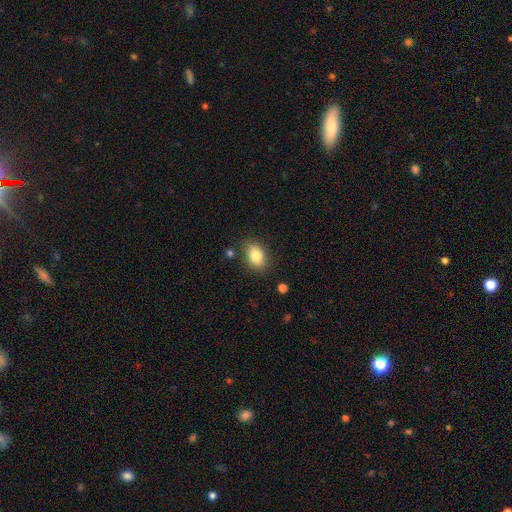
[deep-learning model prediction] Smooth or featured: smooth — 82% (featured or disk — 9%)
How rounded: in between — 79% (round — 19%)
Merging: none — 83% (minor disturbance — 12%)